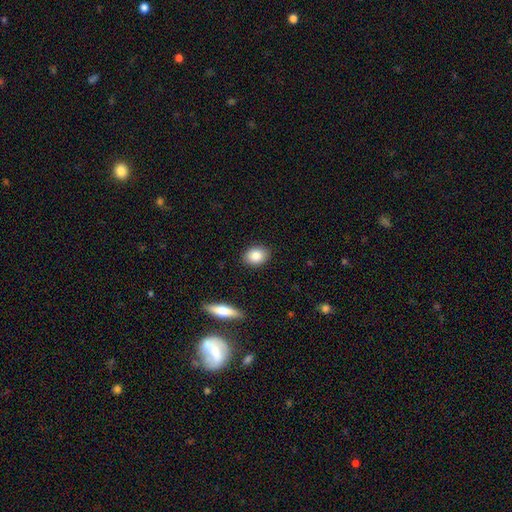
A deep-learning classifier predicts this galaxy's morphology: Smooth or featured? Predicted: smooth (p=0.85). How rounded? Predicted: in between (p=0.64). Merging? Predicted: none (p=0.90).